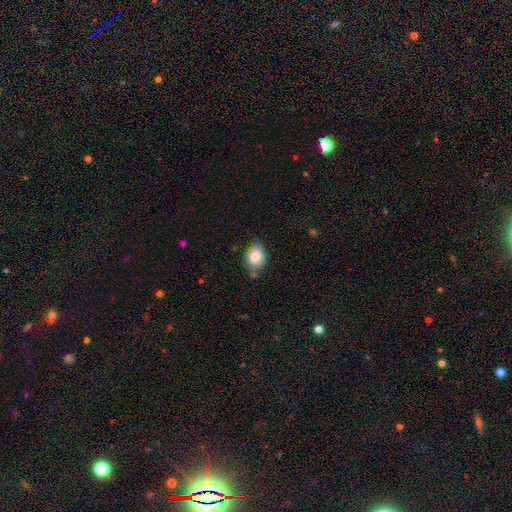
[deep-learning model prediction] smooth 83%, featured or disk 9%, star or artifact 8%. Down the decision tree: how rounded — in between (65%); merging — none (69%).